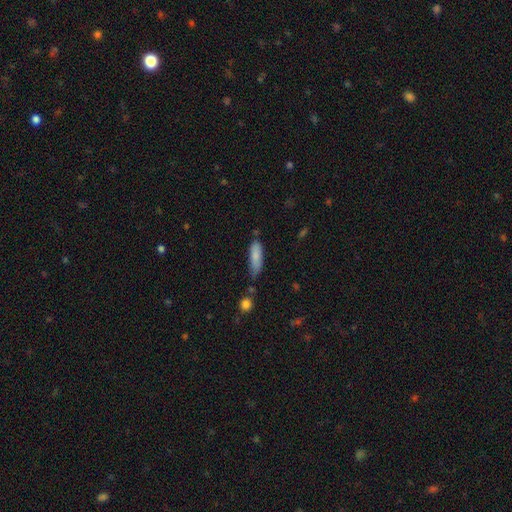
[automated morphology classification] smooth_or_featured: smooth (p=0.82) [alt: featured or disk p=0.11]
how_rounded: in between (p=0.54) [alt: cigar-shaped p=0.44]
merging: none (p=0.53) [alt: minor disturbance p=0.34]